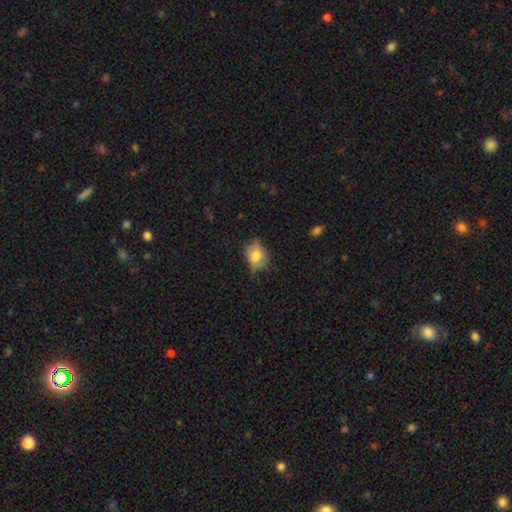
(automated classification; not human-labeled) A smooth galaxy with no disk features (76%) that is in between round and cigar-shaped (67%). Merging: none (60%).